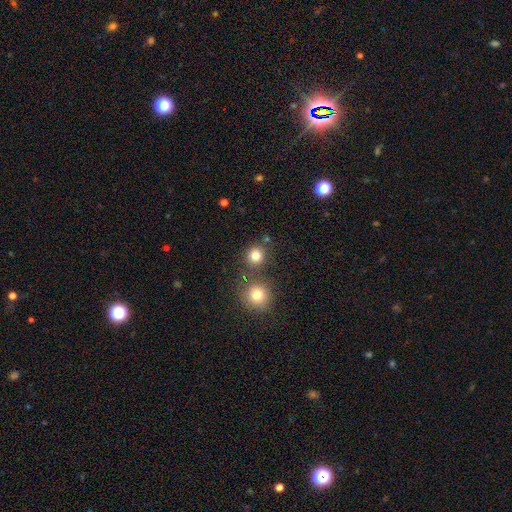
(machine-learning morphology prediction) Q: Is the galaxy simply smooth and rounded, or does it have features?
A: smooth — 79%.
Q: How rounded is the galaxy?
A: round — 91%.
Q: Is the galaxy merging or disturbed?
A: none — 79%.